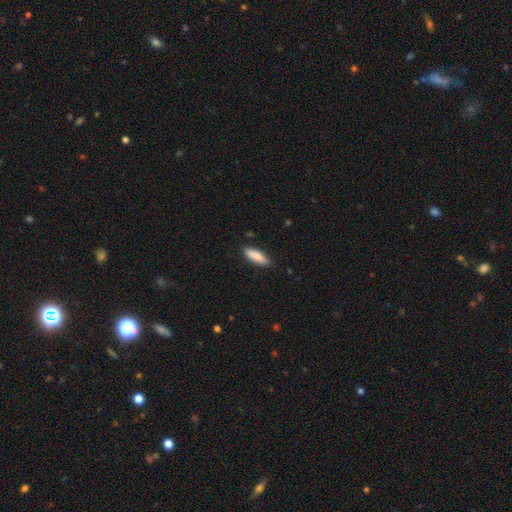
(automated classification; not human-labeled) Smooth or featured? Predicted: smooth (p=0.86). How rounded? Predicted: in between (p=0.50). Merging? Predicted: none (p=0.87).